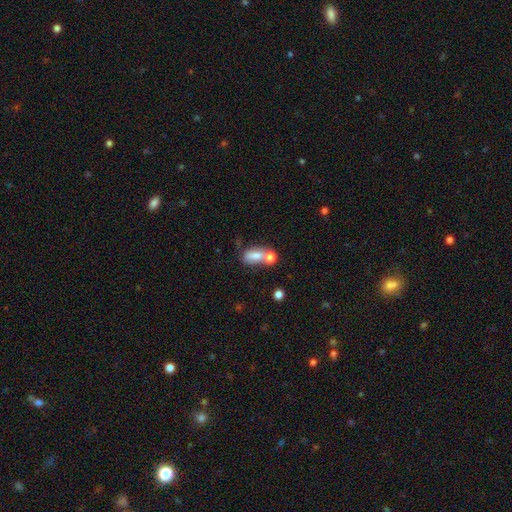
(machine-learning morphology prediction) smooth-or-featured: smooth: 72% | featured or disk: 19% | star or artifact: 10%
  how-rounded: in between: 78% | round: 12% | cigar-shaped: 9%
  merging: merger: 50% | none: 31% | minor disturbance: 12% | major disturbance: 7%